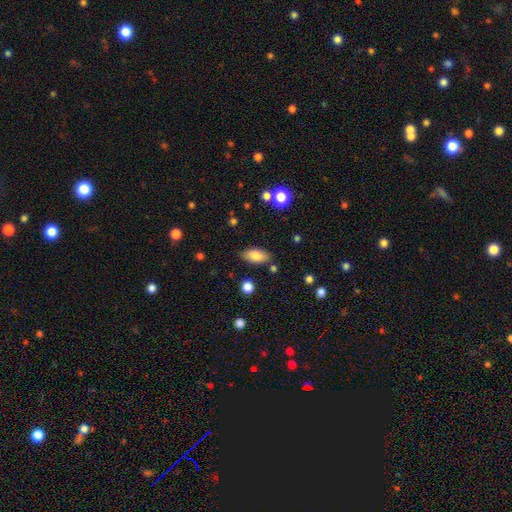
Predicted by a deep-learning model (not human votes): Smooth or featured? smooth (81%)
How rounded? in between (89%)
Merging? none (82%)